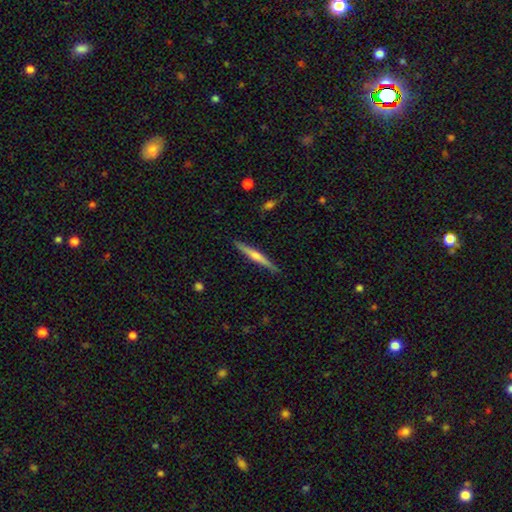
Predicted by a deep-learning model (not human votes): Smooth or featured: featured or disk — 63% (smooth — 31%)
Edge-on disk: yes — 98% (no — 2%)
Edge-on bulge: rounded — 74% (none — 17%)
Merging: none — 89% (minor disturbance — 8%)